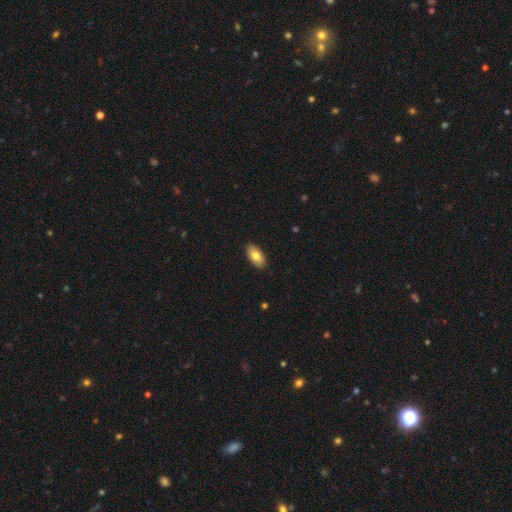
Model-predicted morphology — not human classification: Smooth or featured: smooth — 78% (featured or disk — 16%)
How rounded: in between — 92% (cigar-shaped — 5%)
Merging: none — 89% (minor disturbance — 8%)